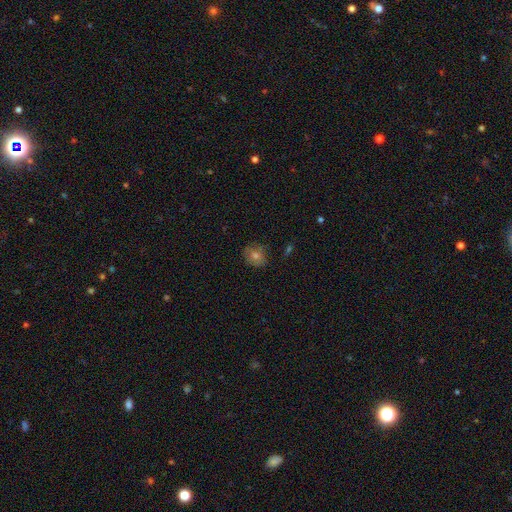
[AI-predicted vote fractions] A smooth galaxy with no disk features (65%) that is round (80%).

Vote fractions:
- Smooth or featured? smooth: 65% / featured or disk: 19% / star or artifact: 15%
- How rounded? round: 80% / in between: 19% / cigar-shaped: 1%
- Merging? none: 80% / minor disturbance: 15% / major disturbance: 3% / merger: 1%